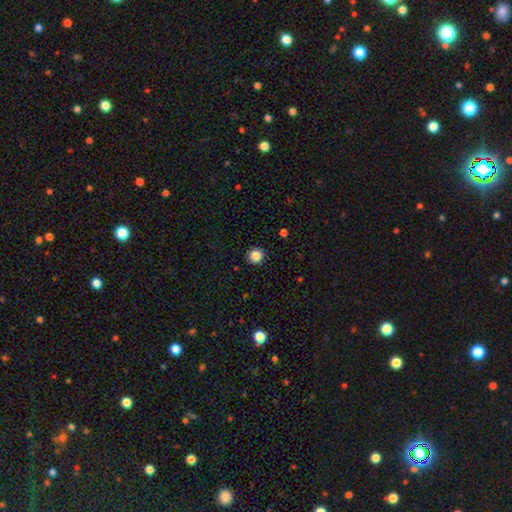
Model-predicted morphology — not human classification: The model was most divided on "smooth or featured": smooth: 85%, star or artifact: 11%, featured or disk: 4%. More confident: how rounded — round (92%); merging — none (92%).